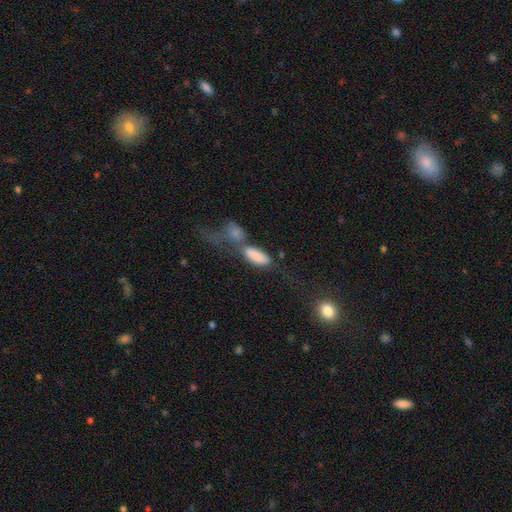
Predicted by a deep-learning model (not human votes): A smooth galaxy with no disk features (82%) that is in between round and cigar-shaped (75%). Merging: merger (52%).